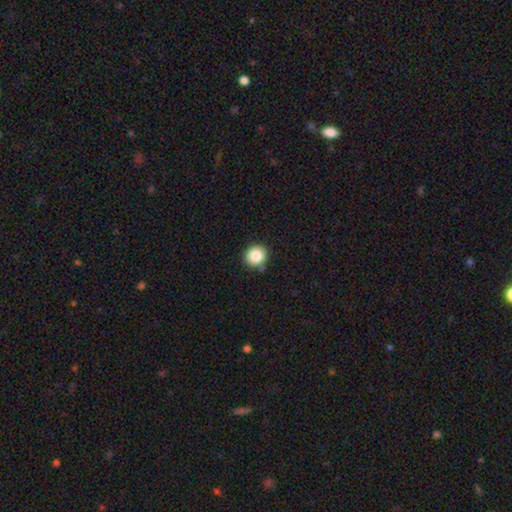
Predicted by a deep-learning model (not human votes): smooth_or_featured: smooth (p=0.85) [alt: star or artifact p=0.10]
how_rounded: round (p=0.90) [alt: in between p=0.09]
merging: none (p=0.86) [alt: minor disturbance p=0.10]